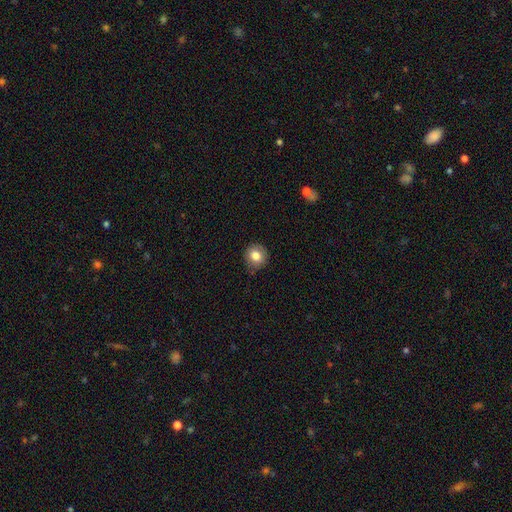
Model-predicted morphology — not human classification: smooth 81%, featured or disk 9%, star or artifact 9%. Down the decision tree: how rounded — round (87%); merging — none (83%).